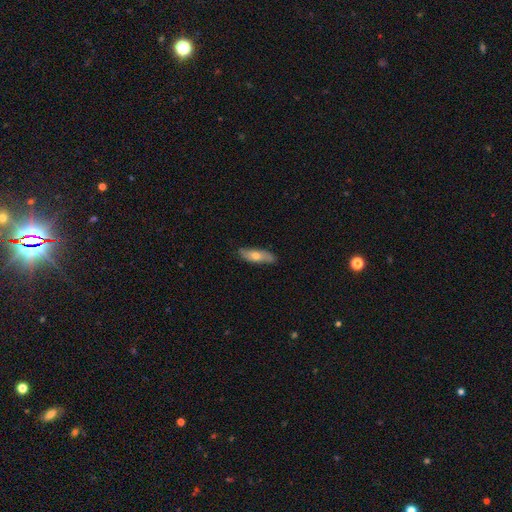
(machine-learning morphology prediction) Q: Smooth or featured?
A: smooth (61%); runner-up: featured or disk (33%)
Q: How rounded?
A: in between (52%); runner-up: cigar-shaped (45%)
Q: Merging?
A: none (83%); runner-up: minor disturbance (14%)